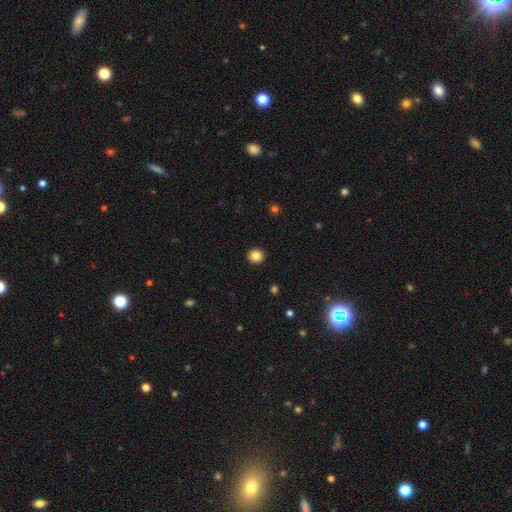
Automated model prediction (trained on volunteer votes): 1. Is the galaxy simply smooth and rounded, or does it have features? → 84% smooth, 11% star or artifact, 5% featured or disk.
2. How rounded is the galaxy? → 90% round, 9% in between, 1% cigar-shaped.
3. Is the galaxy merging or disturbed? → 93% none, 4% minor disturbance, 2% major disturbance, 1% merger.